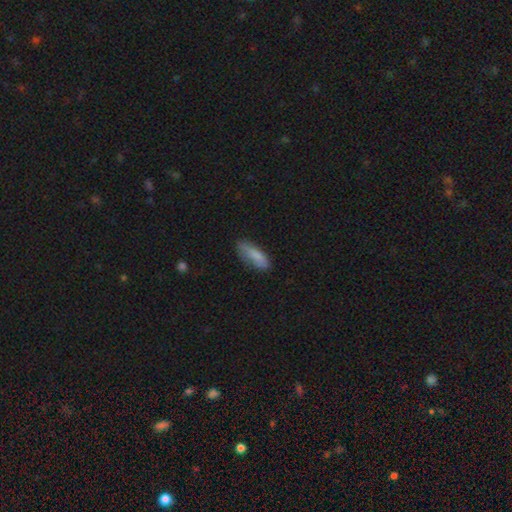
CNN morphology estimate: Smooth or featured? smooth (82%)
How rounded? in between (57%)
Merging? none (67%)